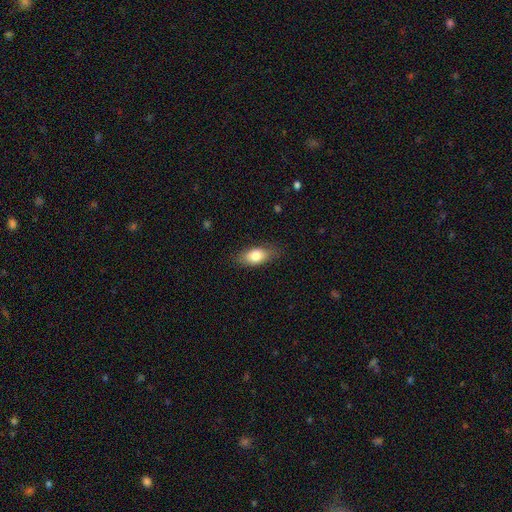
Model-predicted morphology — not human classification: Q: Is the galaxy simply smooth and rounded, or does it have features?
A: smooth — 80%.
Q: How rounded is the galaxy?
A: in between — 85%.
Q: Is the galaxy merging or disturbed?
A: none — 80%.